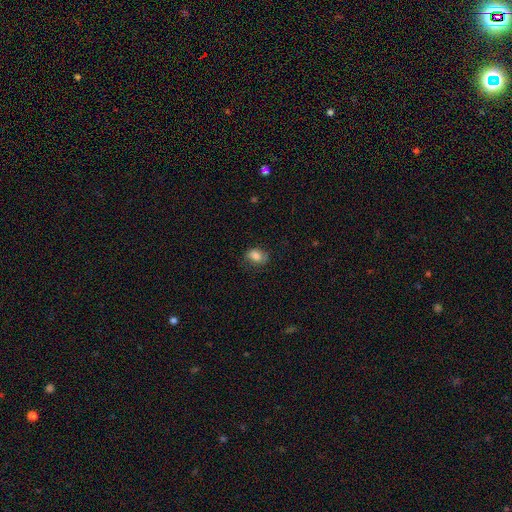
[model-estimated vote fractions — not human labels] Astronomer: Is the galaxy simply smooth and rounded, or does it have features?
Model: smooth — 81%.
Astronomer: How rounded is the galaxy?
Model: in between — 70%.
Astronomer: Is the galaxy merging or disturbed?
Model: none — 69%.